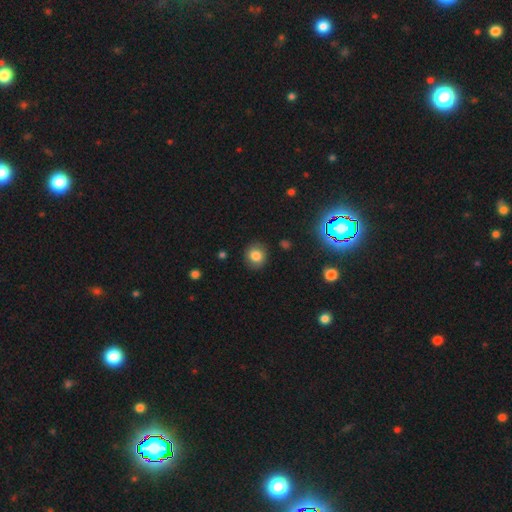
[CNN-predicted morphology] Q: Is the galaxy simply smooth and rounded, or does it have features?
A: smooth — 81%.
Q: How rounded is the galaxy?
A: round — 84%.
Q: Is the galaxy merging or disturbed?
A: none — 87%.